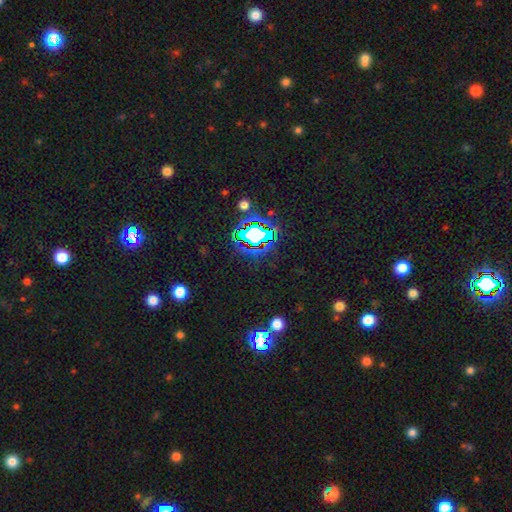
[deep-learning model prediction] Overall: star or artifact (78%).